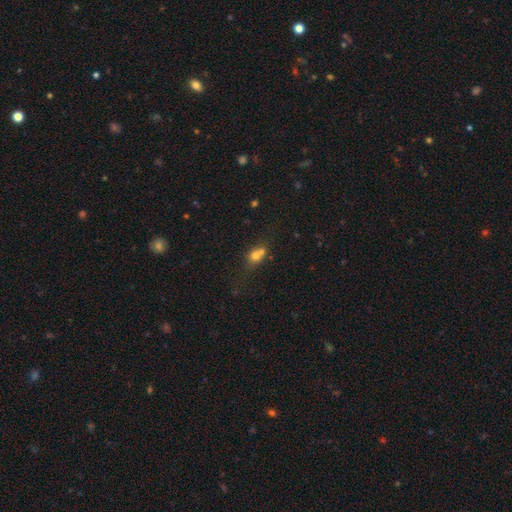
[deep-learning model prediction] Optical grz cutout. It shows a smooth galaxy with no disk features (69%) that is round (63%). Merging: merger (48%).